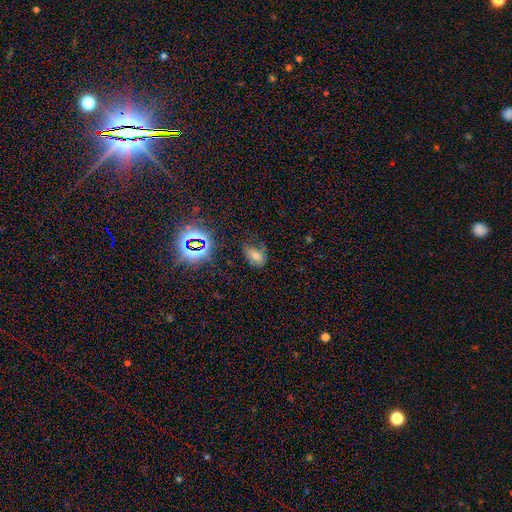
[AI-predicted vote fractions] smooth_or_featured: smooth (p=0.46) [alt: star or artifact p=0.37]
merging: none (p=0.60) [alt: minor disturbance p=0.25]